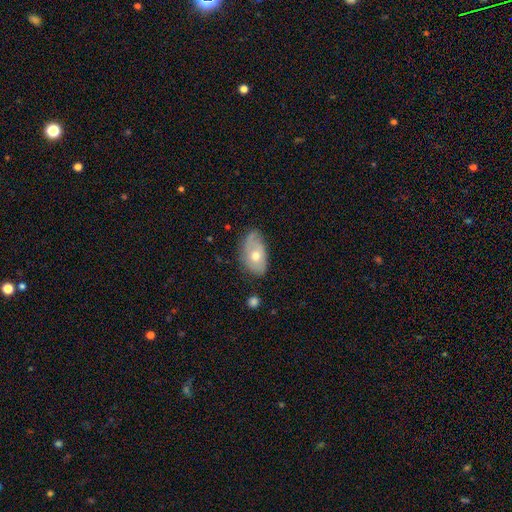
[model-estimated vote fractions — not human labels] smooth 50%, featured or disk 43%, star or artifact 7%. Down the decision tree: how rounded — in between (90%); merging — none (51%).